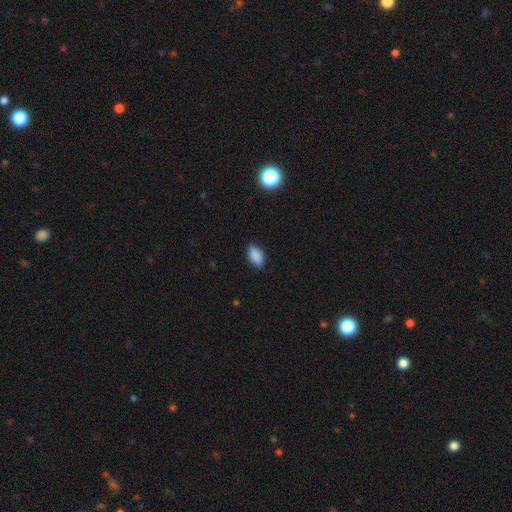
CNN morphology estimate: Overall: smooth (87%). How rounded: in between (92%). Merging: none (82%).